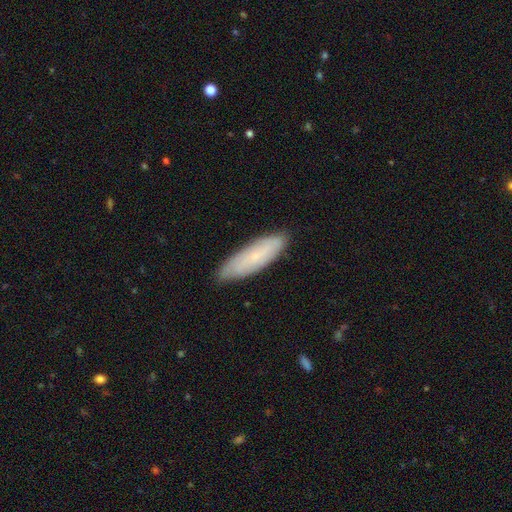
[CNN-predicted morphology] smooth-or-featured: smooth: 64% | featured or disk: 28% | star or artifact: 8%
  how-rounded: cigar-shaped: 54% | in between: 44% | round: 2%
  merging: none: 85% | minor disturbance: 12% | major disturbance: 2% | merger: 1%